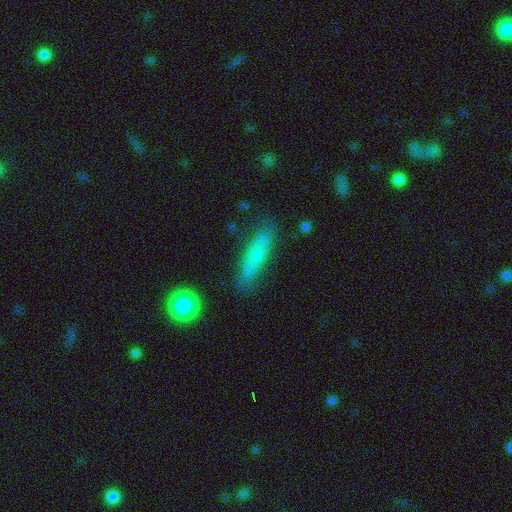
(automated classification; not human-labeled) smooth-or-featured: smooth: 64% | featured or disk: 29% | star or artifact: 7%
  how-rounded: cigar-shaped: 67% | in between: 31% | round: 3%
  merging: none: 79% | minor disturbance: 15% | major disturbance: 4% | merger: 2%